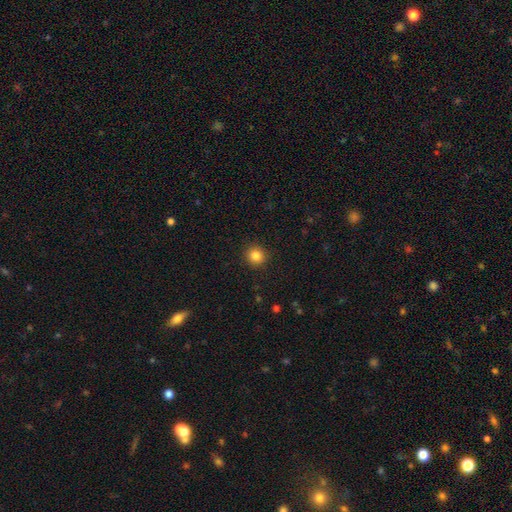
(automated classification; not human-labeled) Smooth or featured: smooth — 84% (star or artifact — 11%)
How rounded: round — 91% (in between — 9%)
Merging: none — 92% (minor disturbance — 5%)